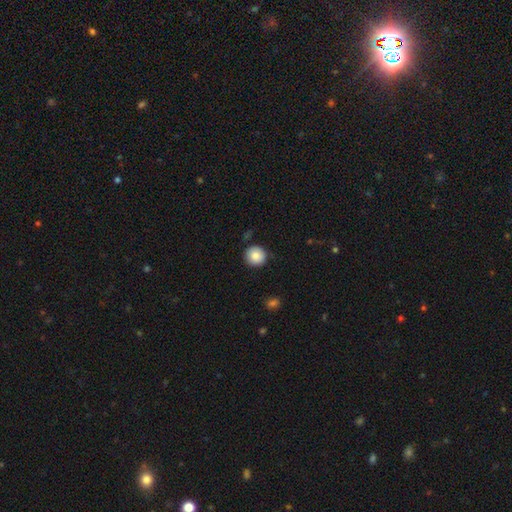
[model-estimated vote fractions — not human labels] A smooth galaxy with no disk features (86%) that is round (94%). Merging: none (87%).